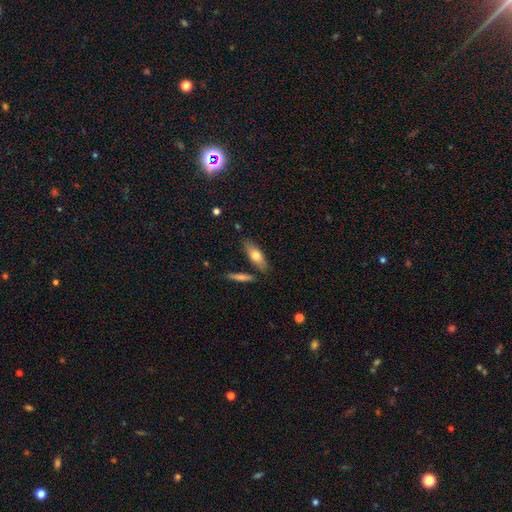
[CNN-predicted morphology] The model was most divided on "how rounded": in between: 56%, cigar-shaped: 41%, round: 3%. More confident: merging — none (76%); smooth or featured — smooth (68%).